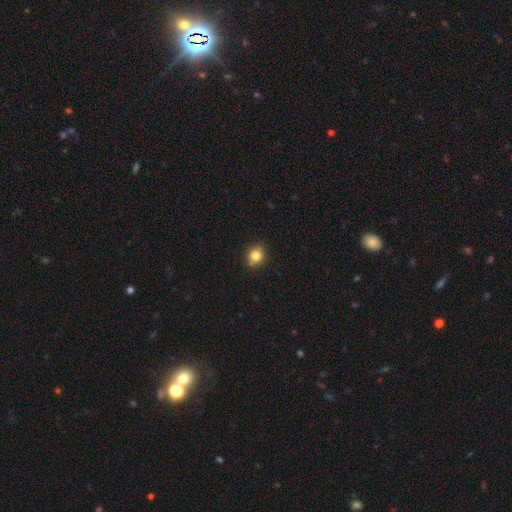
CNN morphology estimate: This is likely a smooth galaxy (80%). How rounded: likely round (80%). Merging: likely none (80%).